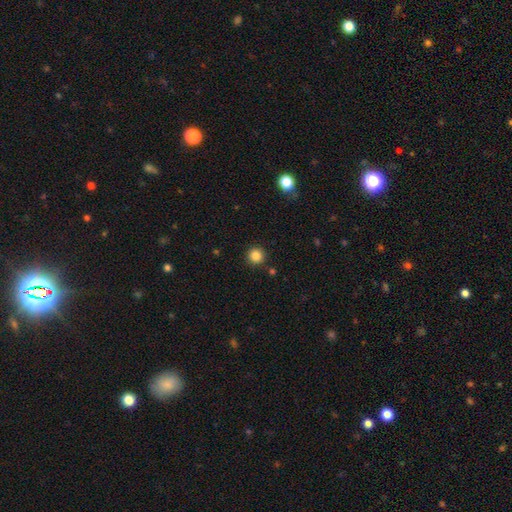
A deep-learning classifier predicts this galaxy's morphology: This appears to be a smooth galaxy with no disk features (85%) that is round (95%). Merging: none (90%).